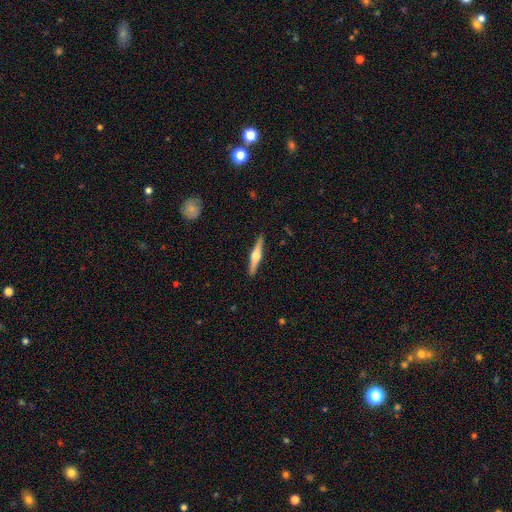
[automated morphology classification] type=featured or disk (69%); edge-on=yes (98%); edge-on bulge=rounded (92%); merging=none (91%).